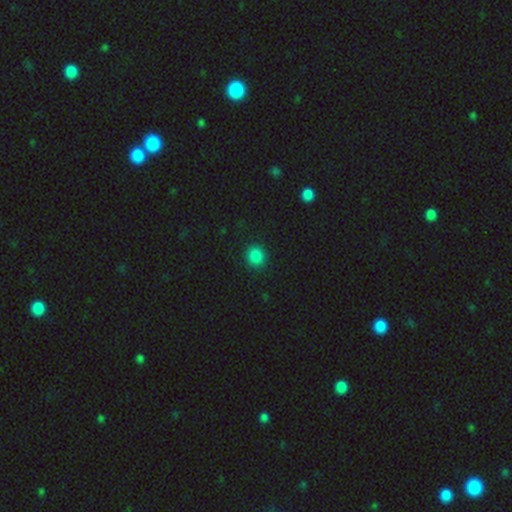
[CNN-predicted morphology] A smooth galaxy with no disk features (85%) that is round (87%).

Vote fractions:
- Smooth or featured? smooth: 85% / star or artifact: 12% / featured or disk: 3%
- How rounded? round: 87% / in between: 12% / cigar-shaped: 1%
- Merging? none: 91% / minor disturbance: 6% / major disturbance: 2% / merger: 1%